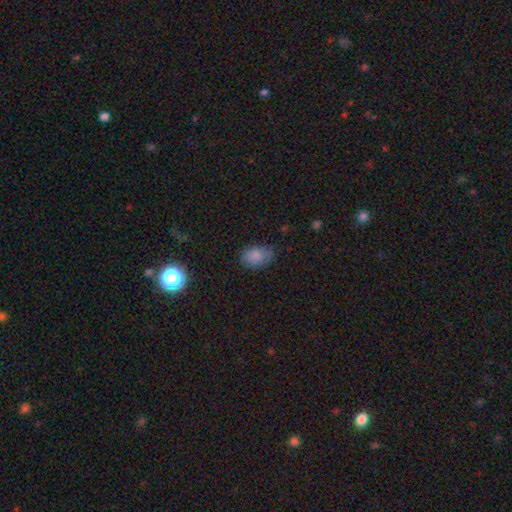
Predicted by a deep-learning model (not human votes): Q: Smooth or featured?
A: smooth (83%); runner-up: star or artifact (9%)
Q: How rounded?
A: in between (86%); runner-up: round (13%)
Q: Merging?
A: none (75%); runner-up: minor disturbance (19%)